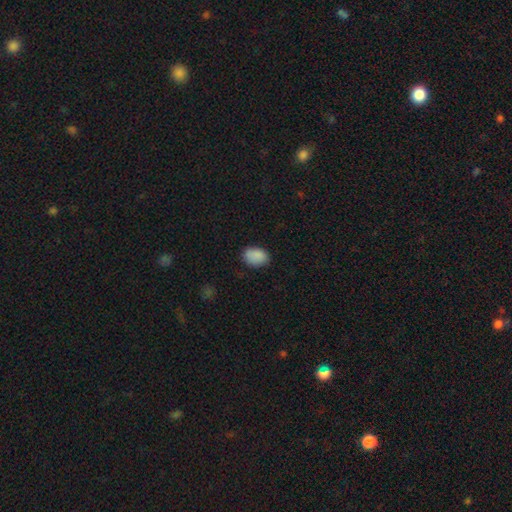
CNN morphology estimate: smooth-or-featured: smooth: 89% | star or artifact: 8% | featured or disk: 4%
  how-rounded: in between: 81% | round: 18% | cigar-shaped: 1%
  merging: none: 80% | minor disturbance: 16% | major disturbance: 3% | merger: 1%